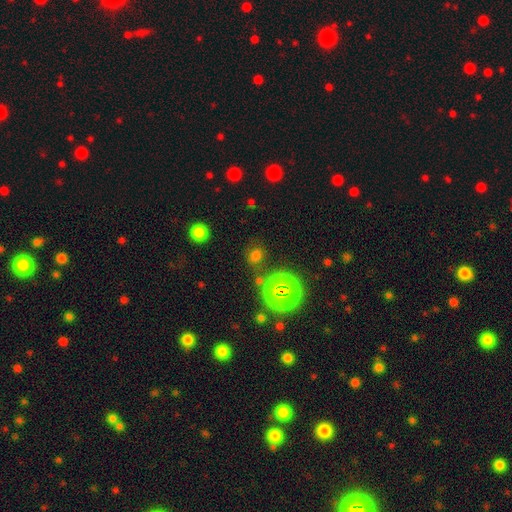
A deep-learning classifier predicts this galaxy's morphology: smooth 62%, star or artifact 32%, featured or disk 6%. Down the decision tree: how rounded — round (60%); merging — none (75%).